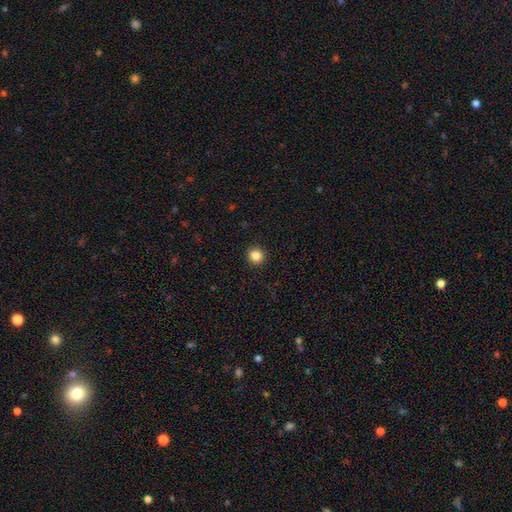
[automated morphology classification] smooth 85%, star or artifact 11%, featured or disk 4%. Down the decision tree: how rounded — round (92%); merging — none (93%).